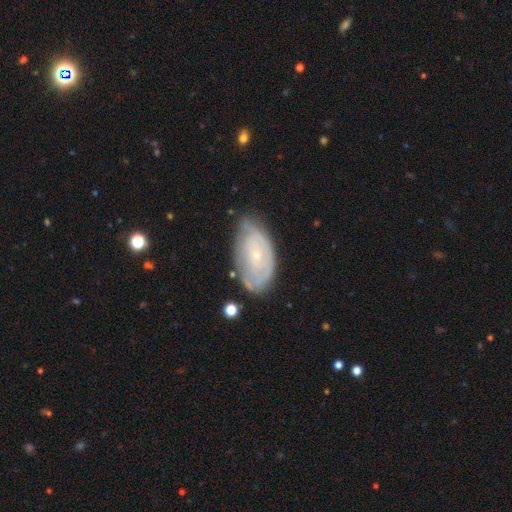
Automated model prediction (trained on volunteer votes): This appears to be a featured or disk galaxy (58%) with no bar (78%), spiral arms (69%) and a small central bulge (77%). Merging: none (67%).